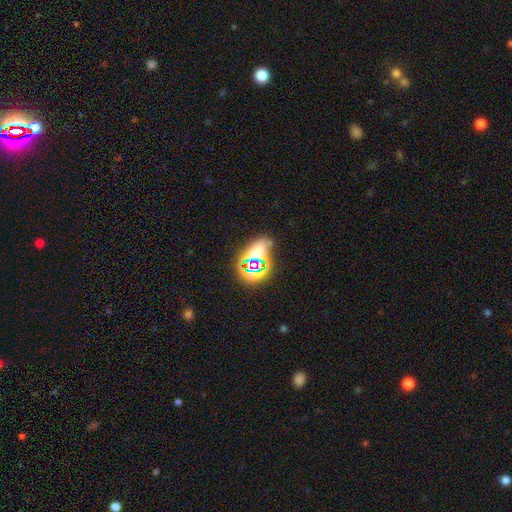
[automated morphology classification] A star or artifact, not a galaxy (47%).